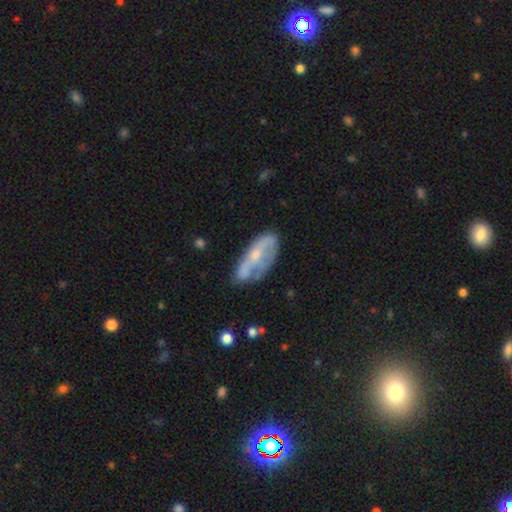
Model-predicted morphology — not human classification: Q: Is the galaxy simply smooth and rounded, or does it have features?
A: featured or disk — 56%.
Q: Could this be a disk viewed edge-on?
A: no — 85%.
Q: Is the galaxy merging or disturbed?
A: none — 45%.